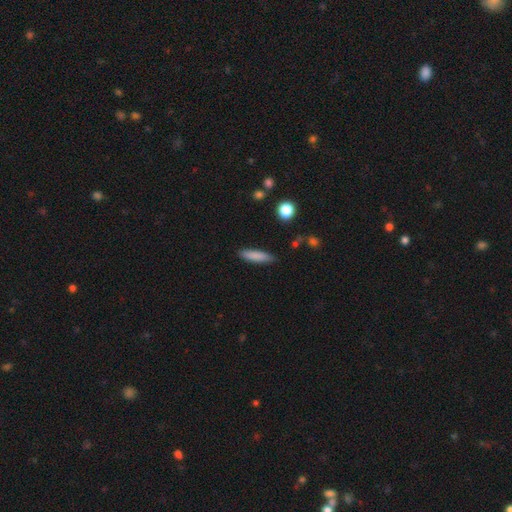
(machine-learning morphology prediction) Q: Smooth or featured?
A: smooth (84%); runner-up: featured or disk (10%)
Q: How rounded?
A: cigar-shaped (72%); runner-up: in between (27%)
Q: Merging?
A: none (86%); runner-up: minor disturbance (11%)